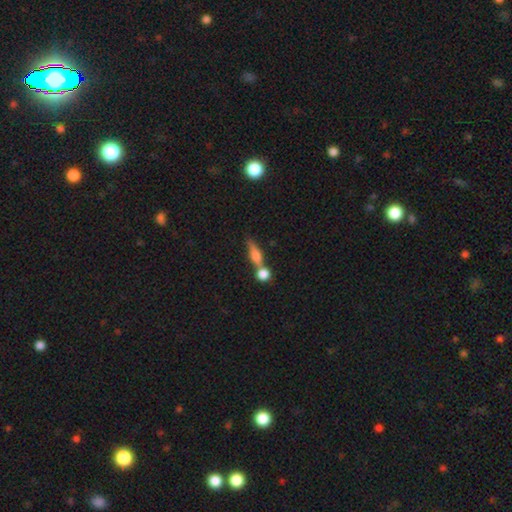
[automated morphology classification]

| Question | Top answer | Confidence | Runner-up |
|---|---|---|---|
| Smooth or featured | smooth | 59% | featured or disk (30%) |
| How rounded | cigar-shaped | 43% | in between (38%) |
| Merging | merger | 47% | none (37%) |